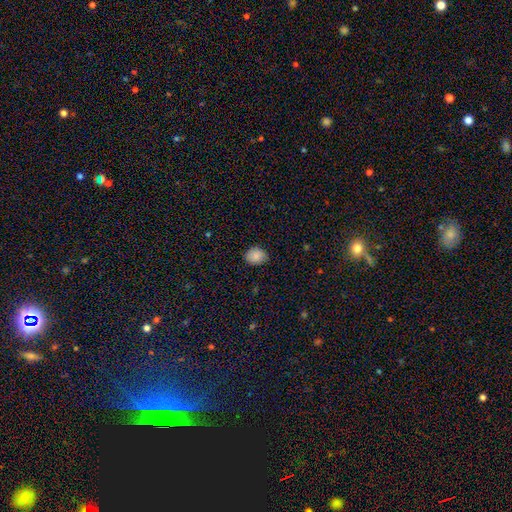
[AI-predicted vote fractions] This is clearly a smooth galaxy (87%). How rounded: possibly round (52%). Merging: clearly none (83%).